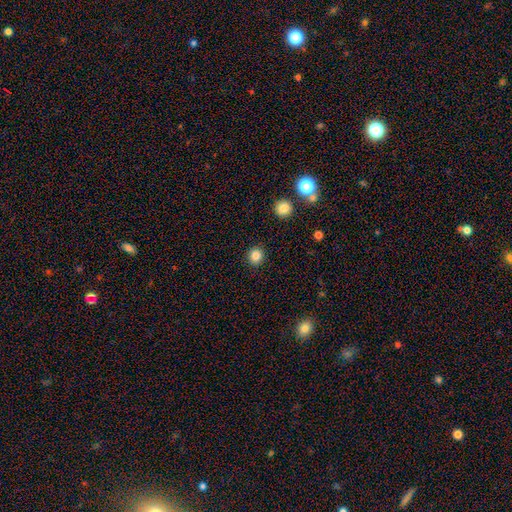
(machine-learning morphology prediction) Q: Smooth or featured?
A: smooth (84%); runner-up: star or artifact (12%)
Q: How rounded?
A: round (92%); runner-up: in between (7%)
Q: Merging?
A: none (92%); runner-up: minor disturbance (5%)